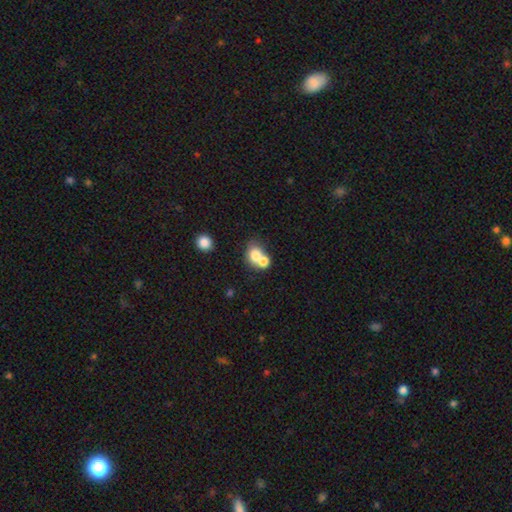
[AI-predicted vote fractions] Morphology: type=smooth (74%); roundness=round (63%); merging=merger (63%).